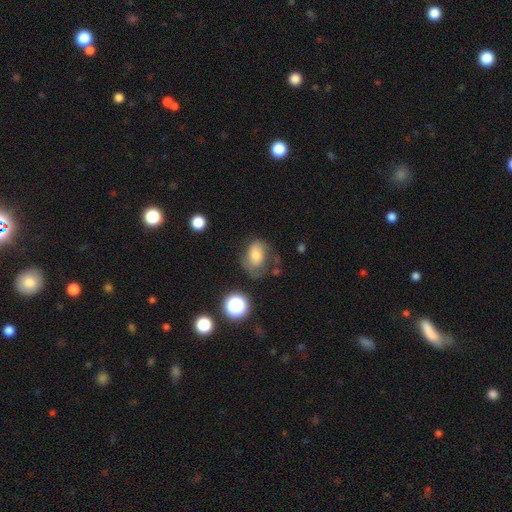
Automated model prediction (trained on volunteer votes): Smooth or featured?
  - smooth: 61% *
  - featured or disk: 27%
  - star or artifact: 12%
How rounded?
  - in between: 77% *
  - round: 21%
  - cigar-shaped: 1%
Merging?
  - none: 40% *
  - minor disturbance: 29%
  - major disturbance: 27%
  - merger: 4%